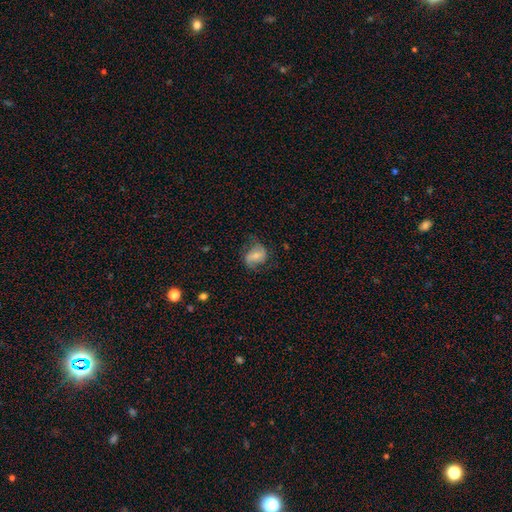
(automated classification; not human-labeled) featured or disk 50%, smooth 42%, star or artifact 8%. Down the decision tree: edge-on disk — no (96%); merging — none (62%).